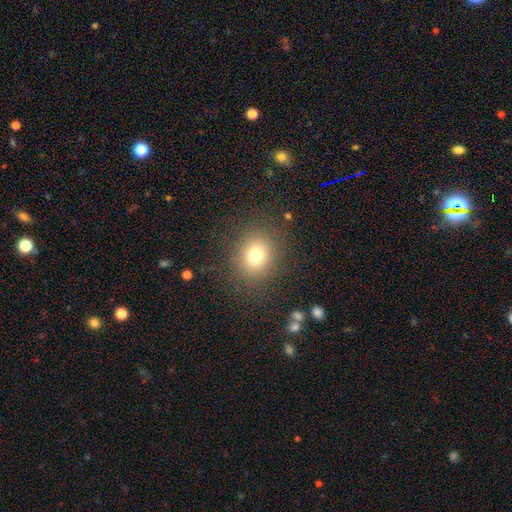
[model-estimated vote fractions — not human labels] Overall: smooth (75%). How rounded: round (70%). Merging: none (85%).